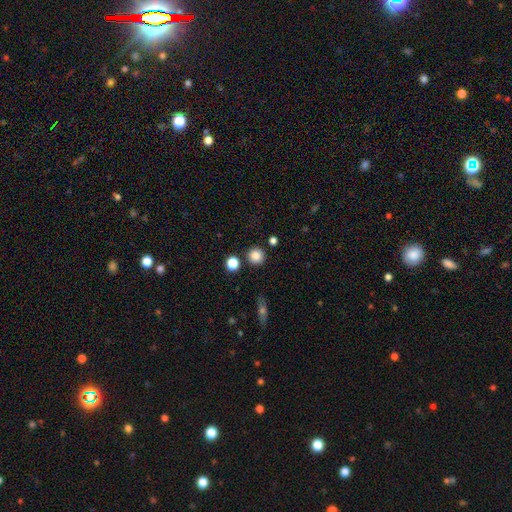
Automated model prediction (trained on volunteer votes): This appears to be a smooth galaxy with no disk features (85%) that is round (94%). Merging: none (88%).